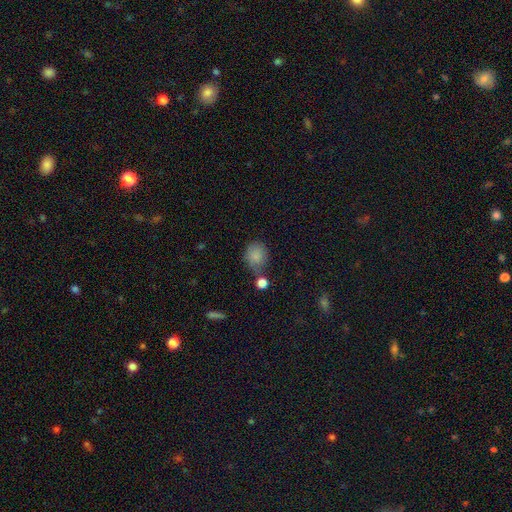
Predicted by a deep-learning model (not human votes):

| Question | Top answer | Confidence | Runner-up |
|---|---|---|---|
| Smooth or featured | smooth | 83% | star or artifact (10%) |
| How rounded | round | 69% | in between (30%) |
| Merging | none | 58% | minor disturbance (20%) |